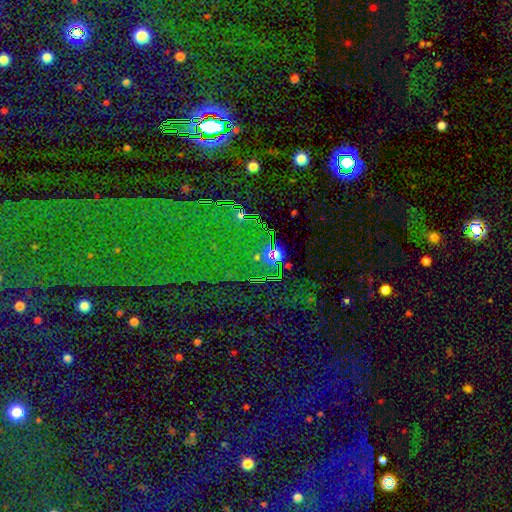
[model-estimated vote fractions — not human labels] Smooth or featured?
  - star or artifact: 81% *
  - smooth: 10%
  - featured or disk: 9%